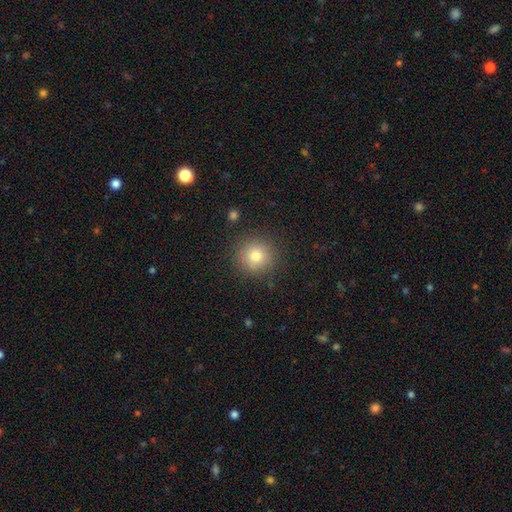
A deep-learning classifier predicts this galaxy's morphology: smooth-or-featured: smooth: 78% | star or artifact: 13% | featured or disk: 9%
  how-rounded: round: 94% | in between: 5% | cigar-shaped: 1%
  merging: none: 87% | minor disturbance: 8% | major disturbance: 3% | merger: 2%